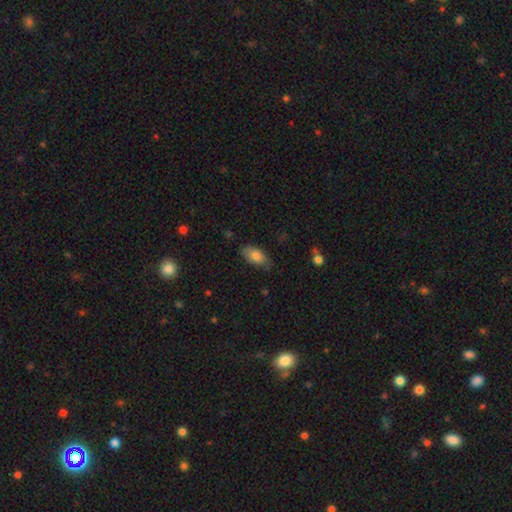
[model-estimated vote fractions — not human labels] A smooth galaxy with no disk features (81%) that is in between round and cigar-shaped (91%).

Vote fractions:
- Smooth or featured? smooth: 81% / featured or disk: 12% / star or artifact: 7%
- How rounded? in between: 91% / cigar-shaped: 5% / round: 4%
- Merging? none: 71% / minor disturbance: 23% / major disturbance: 4% / merger: 1%